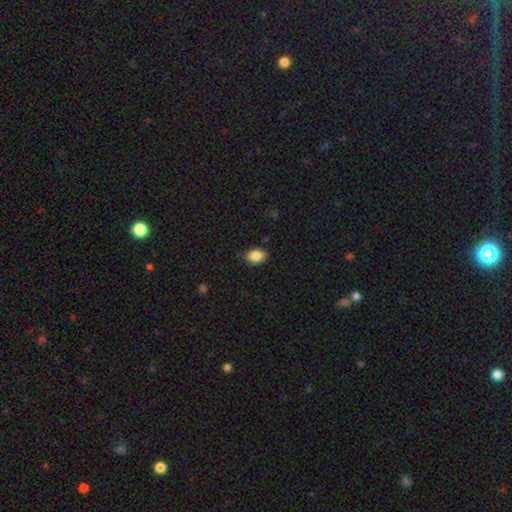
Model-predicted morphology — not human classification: This is clearly a smooth galaxy (87%). How rounded: clearly in between (83%). Merging: clearly none (85%).